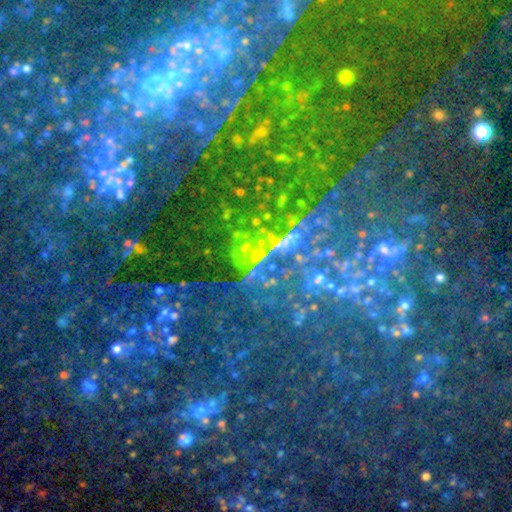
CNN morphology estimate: This is marginally a featured or disk galaxy (43%). Merging: possibly none (48%).